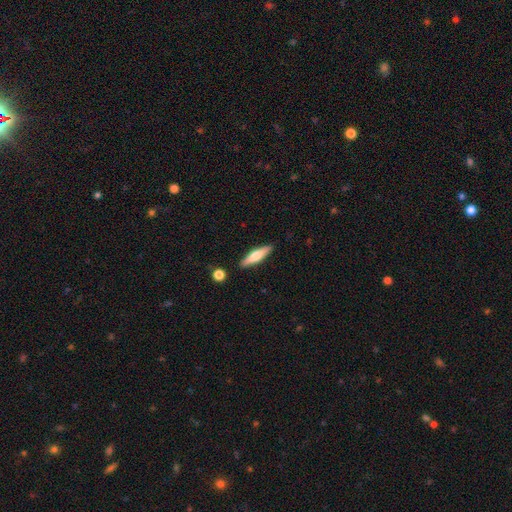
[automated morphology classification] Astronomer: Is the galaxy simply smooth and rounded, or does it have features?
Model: smooth — 55% (runner-up: featured or disk, 39%).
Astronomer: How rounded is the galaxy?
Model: cigar-shaped — 75%.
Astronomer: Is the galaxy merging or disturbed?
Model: none — 87%.